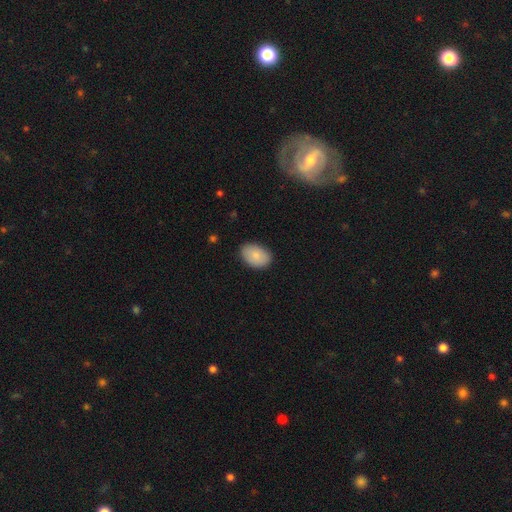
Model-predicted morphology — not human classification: A smooth galaxy with no disk features (86%) that is in between round and cigar-shaped (87%). Merging: none (85%).